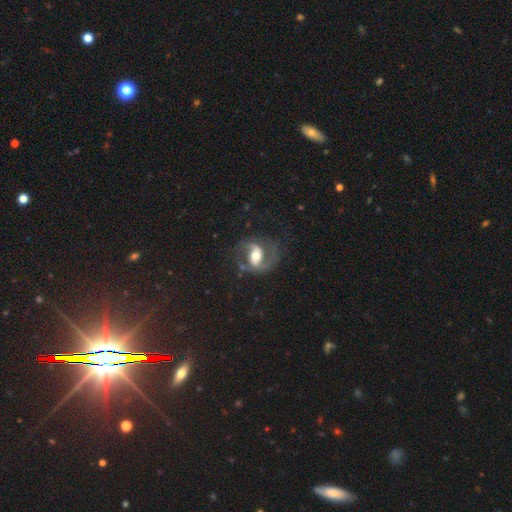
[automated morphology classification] featured or disk 81%, smooth 13%, star or artifact 6%. Down the decision tree: edge-on disk — no (97%); bar — weak (40%); spiral arms — yes (91%); spiral arm count — 2 (89%); spiral winding — medium (52%); bulge size — moderate (62%); merging — none (62%).